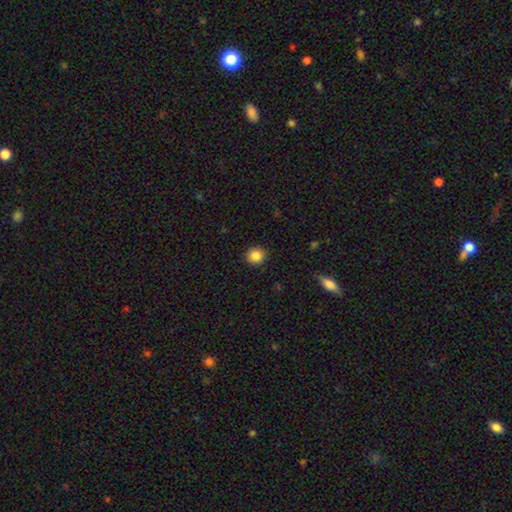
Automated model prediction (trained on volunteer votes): Morphology: type=smooth (86%); roundness=round (92%); merging=none (92%).